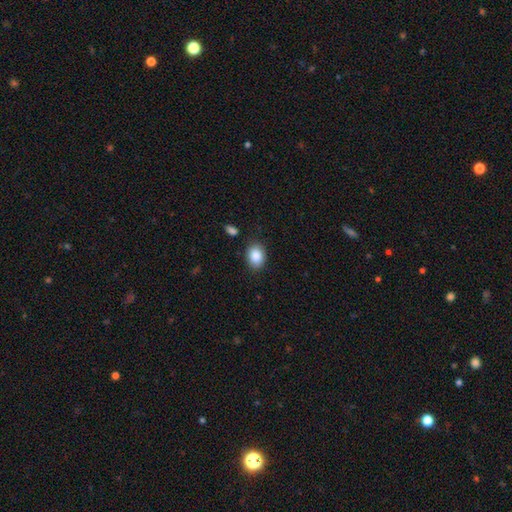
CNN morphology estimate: A smooth galaxy with no disk features (88%) that is in between round and cigar-shaped (71%).

Vote fractions:
- Smooth or featured? smooth: 88% / star or artifact: 7% / featured or disk: 5%
- How rounded? in between: 71% / round: 28% / cigar-shaped: 1%
- Merging? none: 84% / minor disturbance: 11% / major disturbance: 3% / merger: 3%